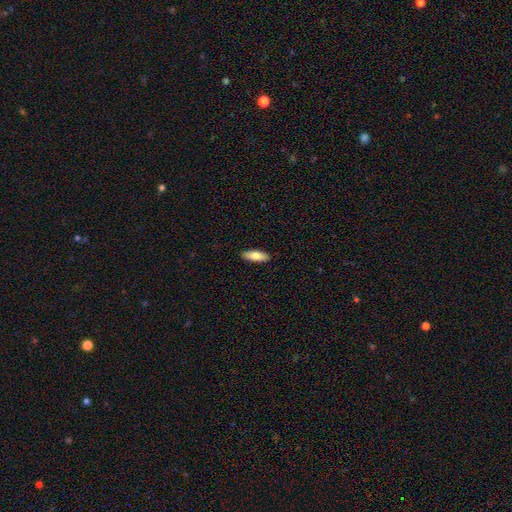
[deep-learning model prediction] Smooth or featured? smooth (73%)
How rounded? in between (61%)
Merging? none (91%)